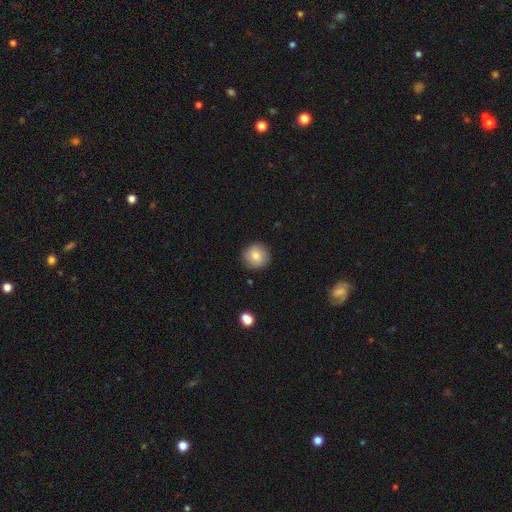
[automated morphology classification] smooth 78%, featured or disk 13%, star or artifact 9%. Down the decision tree: how rounded — round (95%); merging — none (88%).